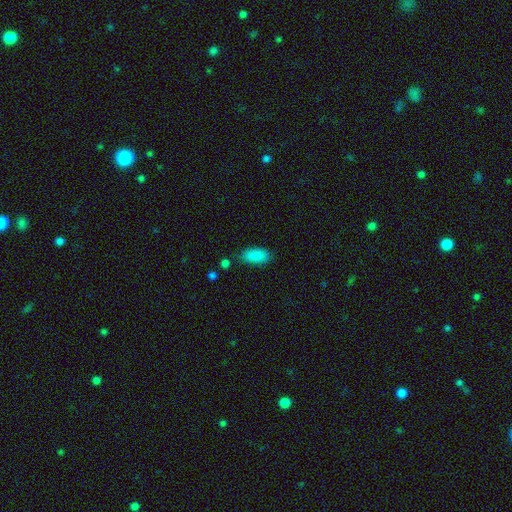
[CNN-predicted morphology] Overall: smooth (88%). How rounded: in between (88%). Merging: none (77%).